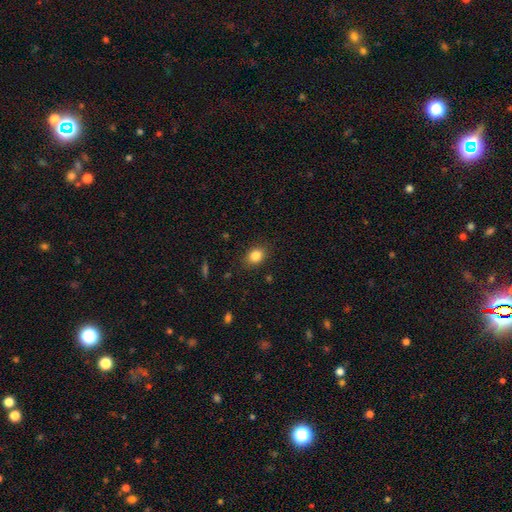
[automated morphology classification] Q: Smooth or featured?
A: smooth (84%); runner-up: star or artifact (10%)
Q: How rounded?
A: in between (56%); runner-up: round (43%)
Q: Merging?
A: none (85%); runner-up: minor disturbance (11%)